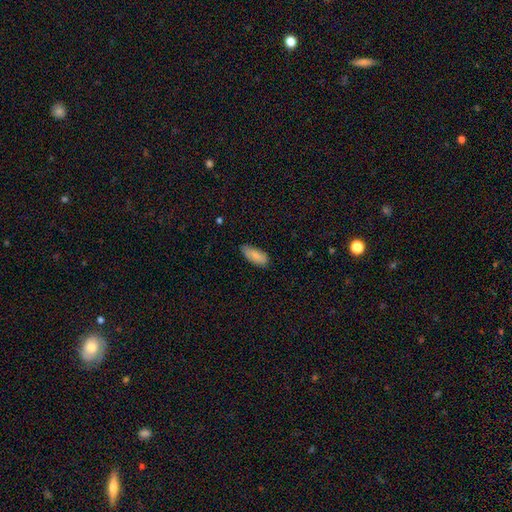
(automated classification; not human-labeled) A smooth galaxy with no disk features (82%) that is in between round and cigar-shaped (85%). Merging: none (69%).